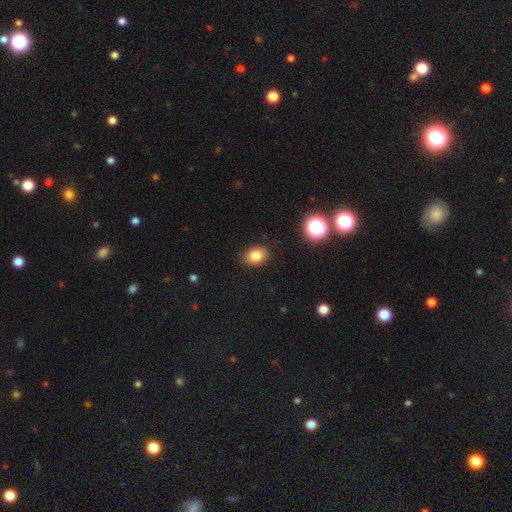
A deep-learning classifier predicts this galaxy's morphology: Overall: smooth (82%). How rounded: in between (68%; round 31%). Merging: none (88%).